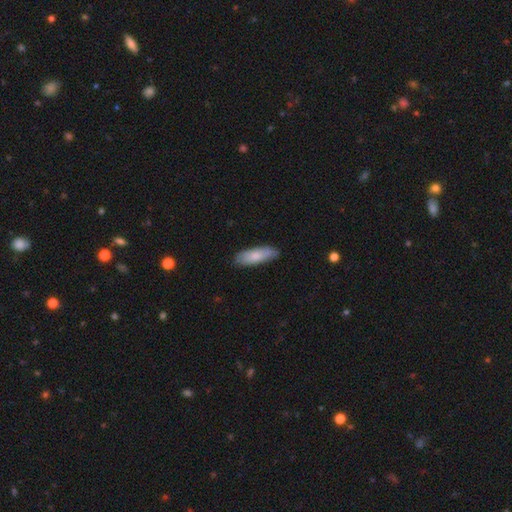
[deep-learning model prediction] The model was most divided on "how rounded": in between: 55%, cigar-shaped: 43%, round: 2%. More confident: merging — none (82%); smooth or featured — smooth (77%).